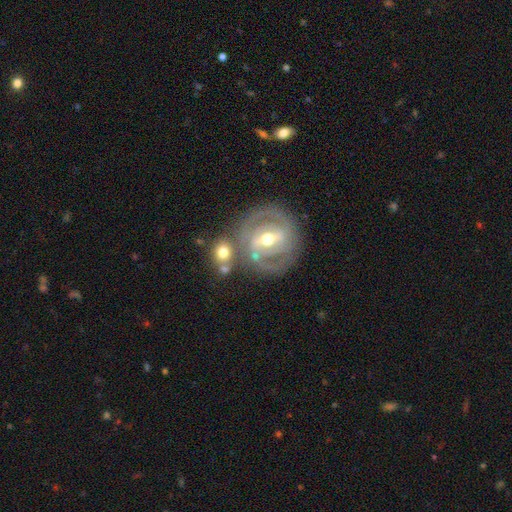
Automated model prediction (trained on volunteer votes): smooth-or-featured: featured or disk: 80% | smooth: 14% | star or artifact: 6%
  disk-edge-on: no: 96% | yes: 4%
    bar: strong: 46% | weak: 38% | no: 16%
    has-spiral-arms: yes: 80% | no: 20%
      spiral-winding: tight: 60% | medium: 32% | loose: 8%
      spiral-arm-count: 2: 63% | can't tell: 19% | 3: 9% | 1: 4% | 4: 3% | more than 4: 2%
    bulge-size: moderate: 71% | small: 23% | large: 5% | none: 1% | dominant: 1%
  merging: none: 66% | merger: 15% | minor disturbance: 14% | major disturbance: 6%